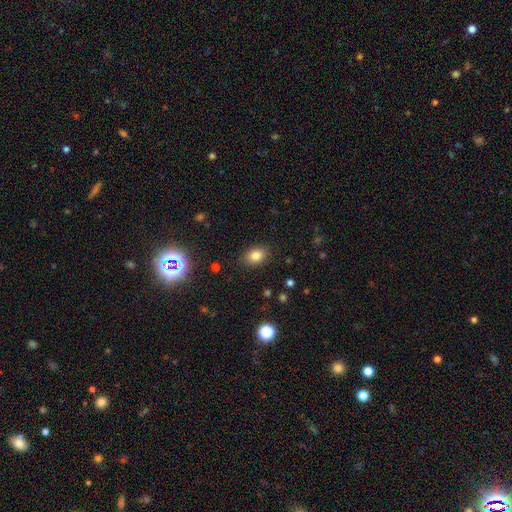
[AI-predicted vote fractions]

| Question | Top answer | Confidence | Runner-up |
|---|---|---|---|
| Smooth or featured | smooth | 82% | star or artifact (11%) |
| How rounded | in between | 73% | round (26%) |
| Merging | none | 86% | minor disturbance (10%) |